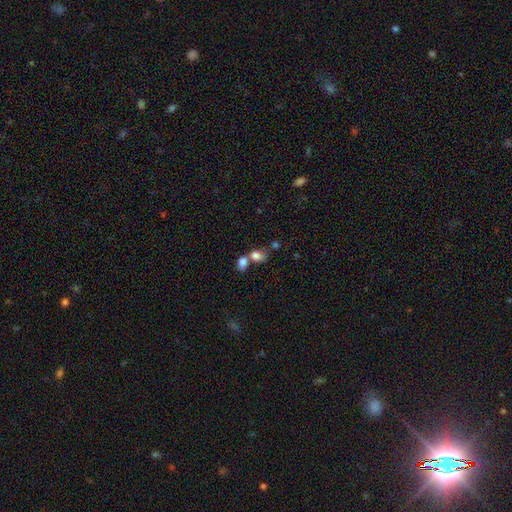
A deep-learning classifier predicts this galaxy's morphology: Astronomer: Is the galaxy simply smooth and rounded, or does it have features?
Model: smooth — 79%.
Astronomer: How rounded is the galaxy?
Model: in between — 69%.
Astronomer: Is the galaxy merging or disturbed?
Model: merger — 57%.